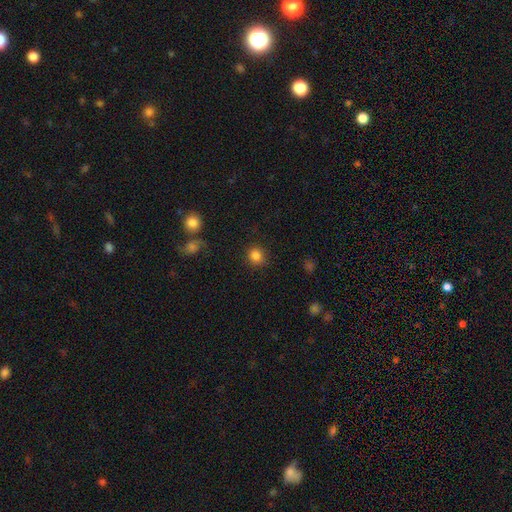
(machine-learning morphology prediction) smooth-or-featured: smooth: 85% | star or artifact: 11% | featured or disk: 4%
  how-rounded: round: 88% | in between: 11% | cigar-shaped: 1%
  merging: none: 88% | minor disturbance: 7% | major disturbance: 3% | merger: 2%